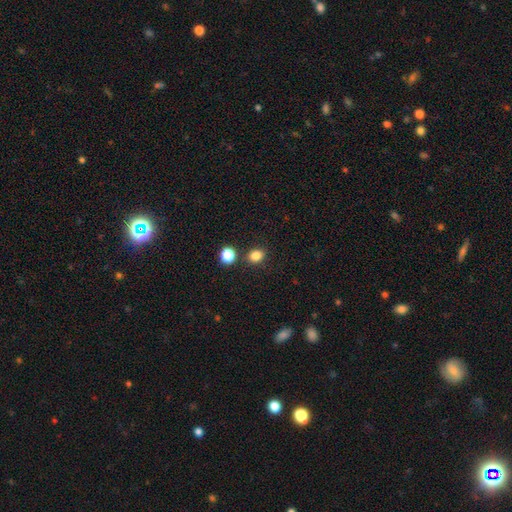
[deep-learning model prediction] This is clearly a smooth galaxy (83%). How rounded: possibly round (55%). Merging: clearly none (81%).